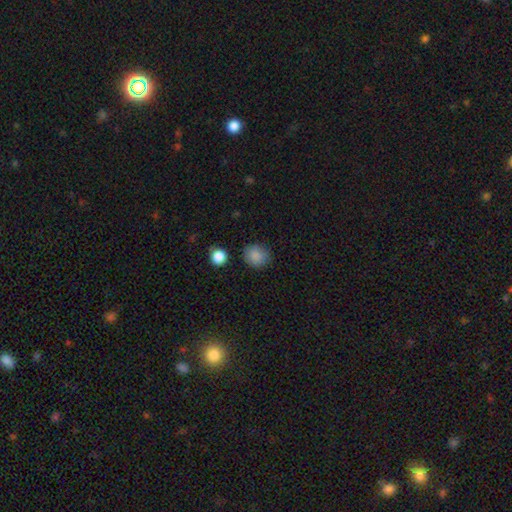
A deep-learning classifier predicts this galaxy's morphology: A smooth galaxy with no disk features (86%) that is round (81%). Merging: none (84%).